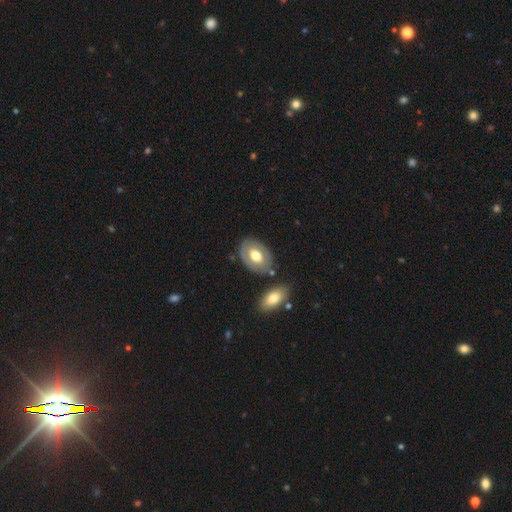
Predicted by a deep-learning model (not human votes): This is possibly a smooth galaxy (49%). Merging: likely none (75%).